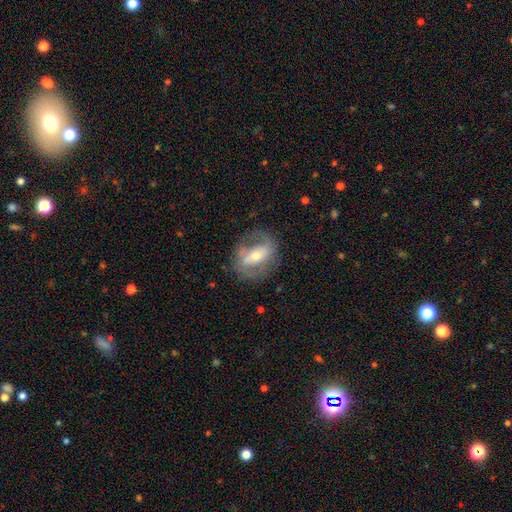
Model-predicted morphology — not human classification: Smooth or featured?
  - featured or disk: 70% *
  - smooth: 23%
  - star or artifact: 7%
Edge-on disk?
  - no: 89% *
  - yes: 11%
Bar?
  - strong: 50% *
  - weak: 28%
  - no: 22%
Spiral arms?
  - yes: 55% *
  - no: 45%
Bulge size?
  - moderate: 55% *
  - small: 38%
  - large: 4%
  - none: 1%
  - dominant: 1%
Merging?
  - none: 70% *
  - minor disturbance: 17%
  - major disturbance: 12%
  - merger: 2%